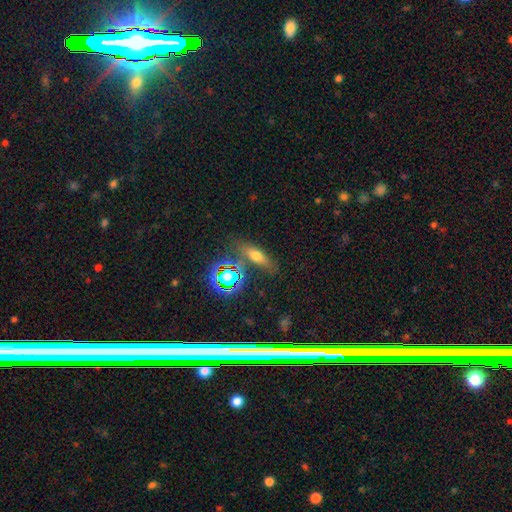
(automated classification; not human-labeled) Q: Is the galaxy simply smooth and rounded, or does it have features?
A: smooth — 56%.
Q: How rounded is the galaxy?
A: in between — 52%.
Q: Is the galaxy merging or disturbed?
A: none — 71%.